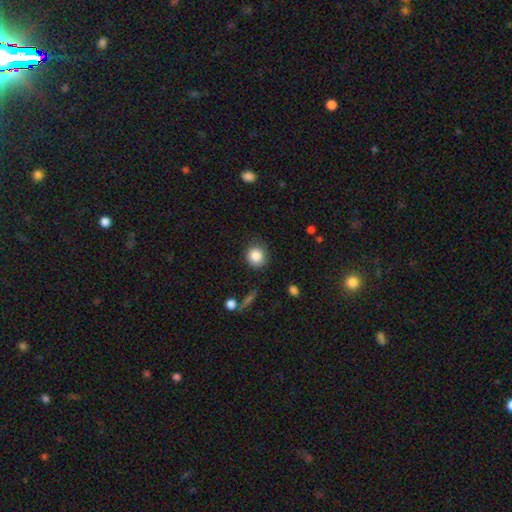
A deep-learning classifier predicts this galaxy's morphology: A smooth galaxy with no disk features (86%) that is round (85%). Merging: none (82%).